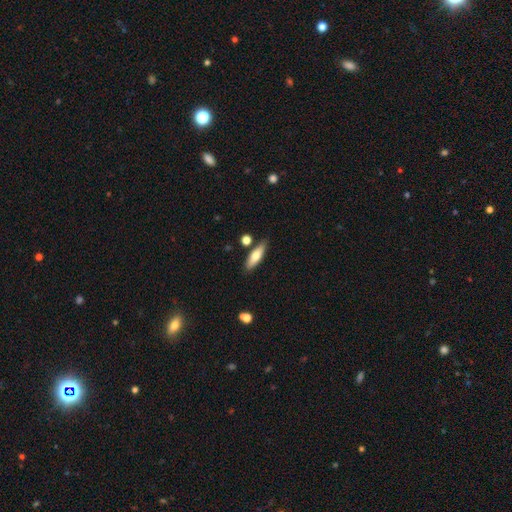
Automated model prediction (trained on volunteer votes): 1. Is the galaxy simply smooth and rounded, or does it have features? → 66% smooth, 27% featured or disk, 6% star or artifact.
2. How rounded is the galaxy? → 55% cigar-shaped, 42% in between, 2% round.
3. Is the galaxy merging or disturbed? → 81% none, 11% minor disturbance, 5% merger, 2% major disturbance.